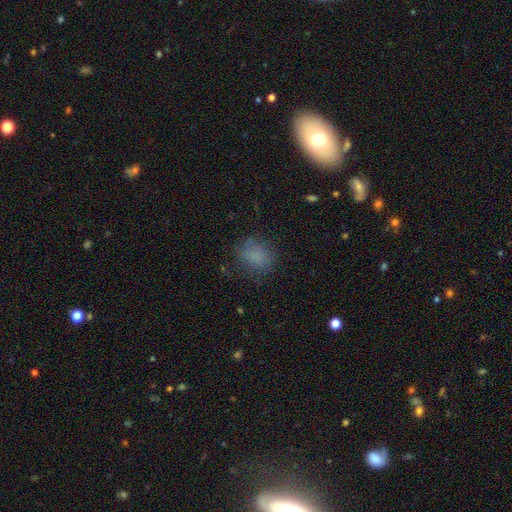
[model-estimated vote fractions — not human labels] smooth 77%, star or artifact 13%, featured or disk 10%. Down the decision tree: how rounded — round (50%); merging — none (71%).